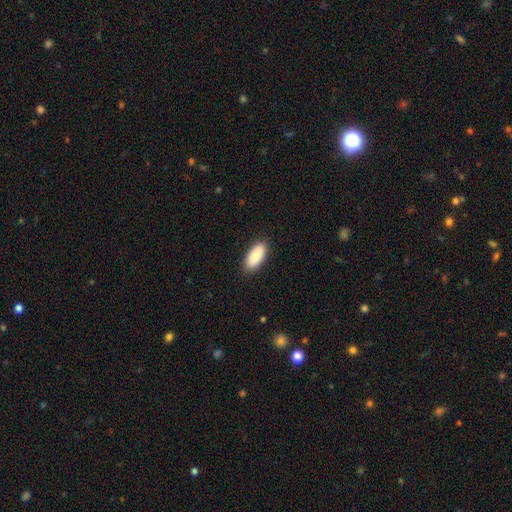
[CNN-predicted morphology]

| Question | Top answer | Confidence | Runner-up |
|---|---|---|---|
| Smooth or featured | smooth | 88% | featured or disk (6%) |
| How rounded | in between | 92% | cigar-shaped (6%) |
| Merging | none | 88% | minor disturbance (9%) |